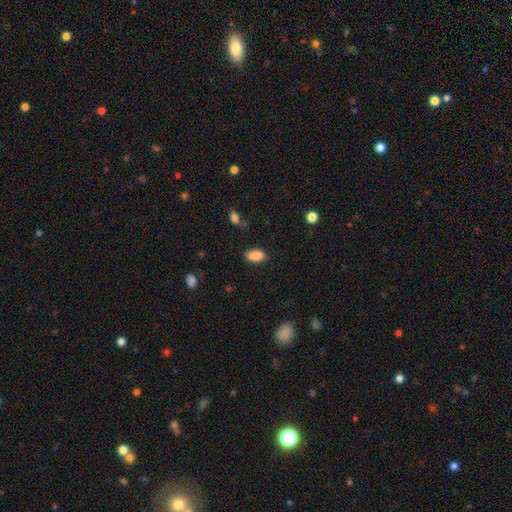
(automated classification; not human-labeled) The model was most divided on "merging": none: 84%, minor disturbance: 12%, major disturbance: 3%, merger: 2%. More confident: how rounded — in between (91%); smooth or featured — smooth (87%).